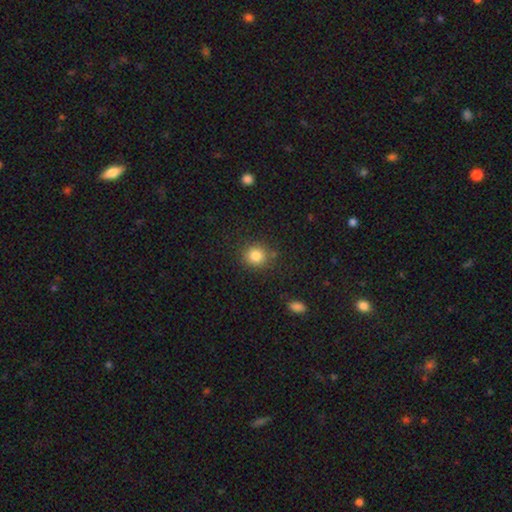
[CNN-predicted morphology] A smooth galaxy with no disk features (84%) that is round (85%).

Vote fractions:
- Smooth or featured? smooth: 84% / star or artifact: 11% / featured or disk: 5%
- How rounded? round: 85% / in between: 14% / cigar-shaped: 1%
- Merging? none: 84% / minor disturbance: 10% / major disturbance: 3% / merger: 3%